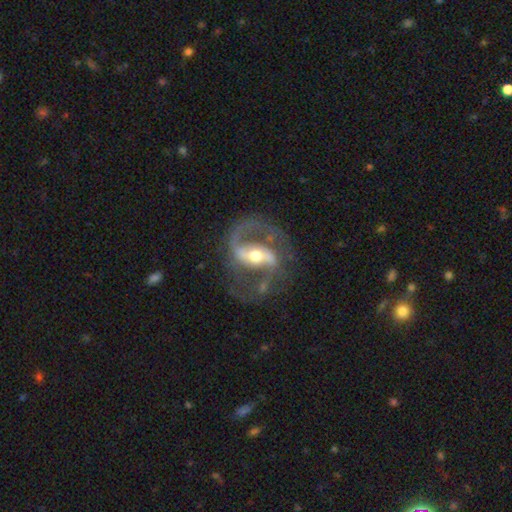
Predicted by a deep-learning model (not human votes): A featured or disk galaxy (90%) with a strong bar (55%), 2 (90%) medium (58%) spiral arms (96%) and a moderate central bulge (66%).

Vote fractions:
- Smooth or featured? featured or disk: 90% / star or artifact: 5% / smooth: 5%
- Edge-on disk? no: 97% / yes: 3%
- Bar? strong: 55% / weak: 31% / no: 14%
- Spiral arms? yes: 96% / no: 4%
- Spiral winding? medium: 58% / loose: 29% / tight: 13%
- Spiral arm count? 2: 90% / 1: 5% / can't tell: 2% / 3: 1% / 4: 1% / more than 4: 1%
- Bulge size? moderate: 66% / small: 22% / large: 10% / none: 1% / dominant: 1%
- Merging? none: 71% / minor disturbance: 14% / major disturbance: 12% / merger: 2%